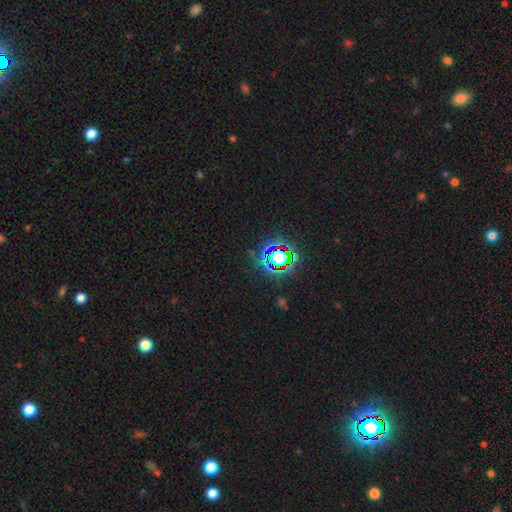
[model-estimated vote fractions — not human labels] Overall: star or artifact (80%).